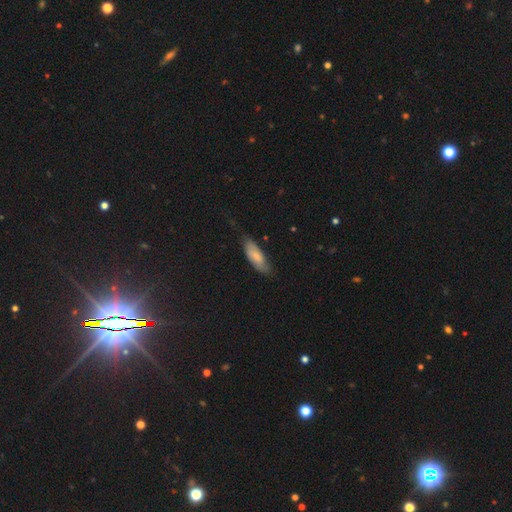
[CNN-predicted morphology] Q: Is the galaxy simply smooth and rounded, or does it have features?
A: smooth — 69%.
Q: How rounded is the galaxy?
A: in between — 70%.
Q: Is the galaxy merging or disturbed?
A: none — 63%.